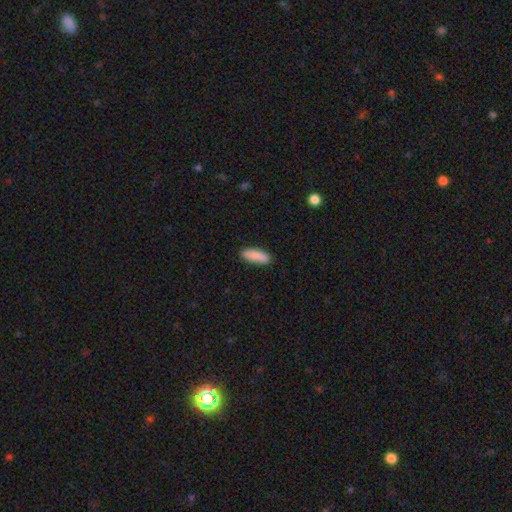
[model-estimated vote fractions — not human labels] Smooth or featured? smooth (87%)
How rounded? in between (55%)
Merging? none (85%)